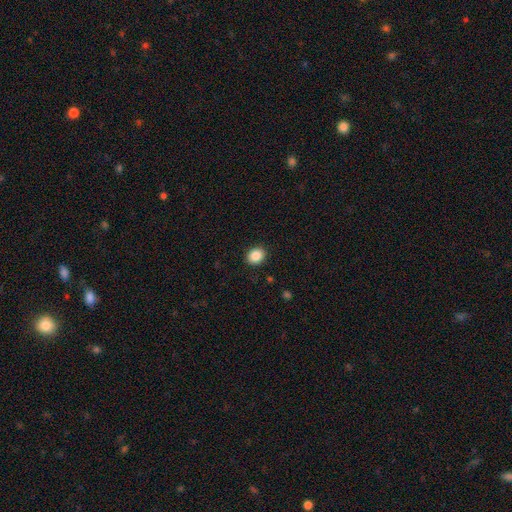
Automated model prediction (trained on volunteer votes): This is clearly a smooth galaxy (88%). How rounded: likely round (60%). Merging: clearly none (90%).